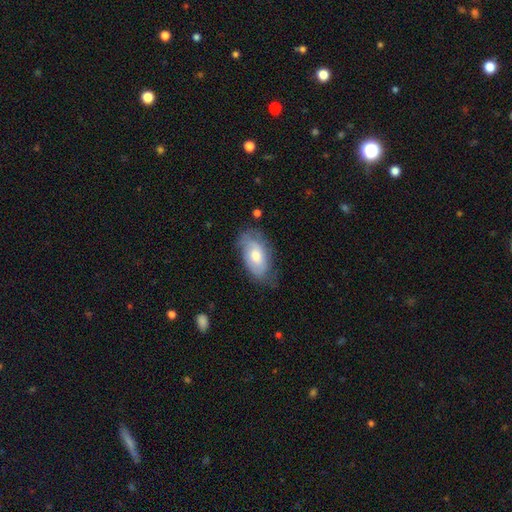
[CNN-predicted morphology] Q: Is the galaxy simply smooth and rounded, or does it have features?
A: smooth — 55%.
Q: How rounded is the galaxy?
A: in between — 92%.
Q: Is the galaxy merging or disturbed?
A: none — 59%.